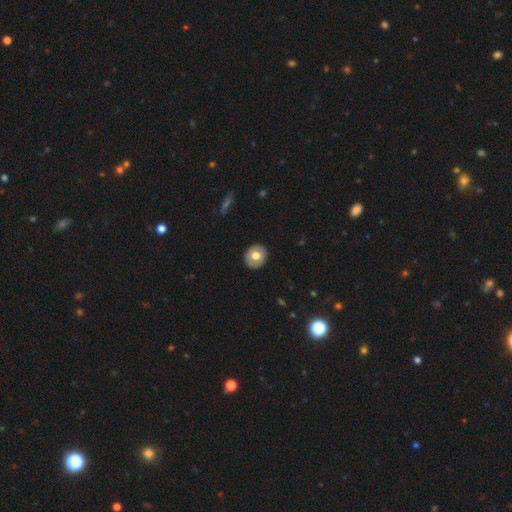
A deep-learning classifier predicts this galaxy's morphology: This is likely a smooth galaxy (66%). How rounded: likely round (78%). Merging: clearly none (89%).